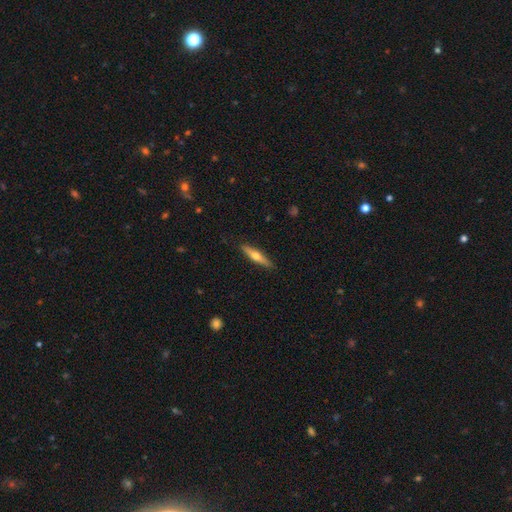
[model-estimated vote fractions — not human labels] Smooth or featured: featured or disk — 50% (smooth — 45%)
Merging: none — 89% (minor disturbance — 8%)